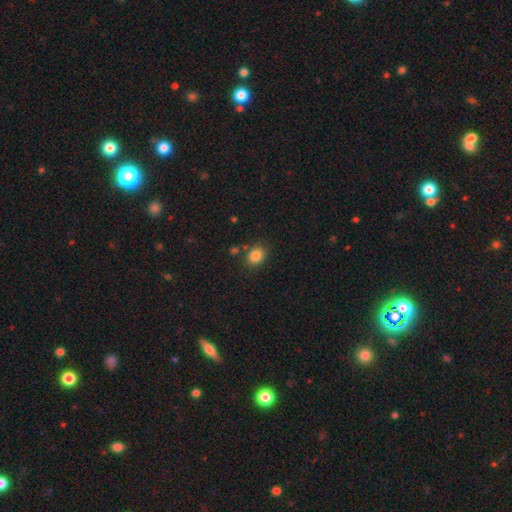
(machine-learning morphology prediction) This is clearly a smooth galaxy (84%). How rounded: possibly round (57%). Merging: clearly none (81%).